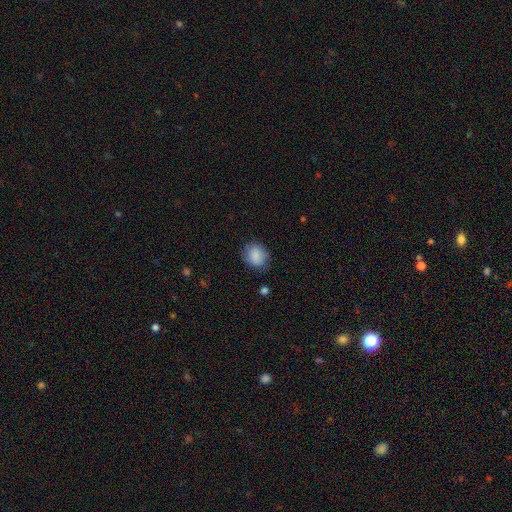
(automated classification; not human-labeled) Morphology: type=smooth (87%); roundness=round (68%); merging=none (78%).